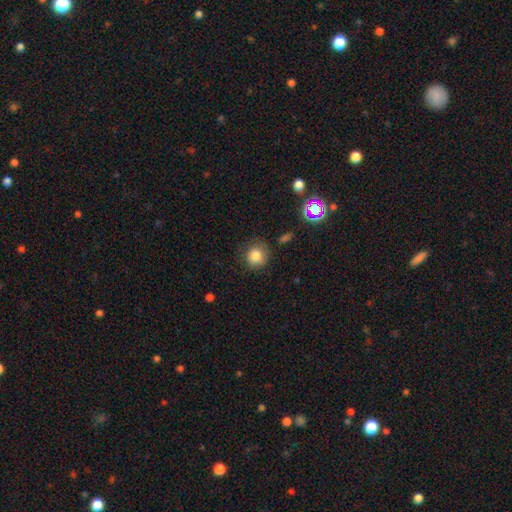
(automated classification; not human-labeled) This is clearly a smooth galaxy (81%). How rounded: clearly round (85%). Merging: likely none (75%).